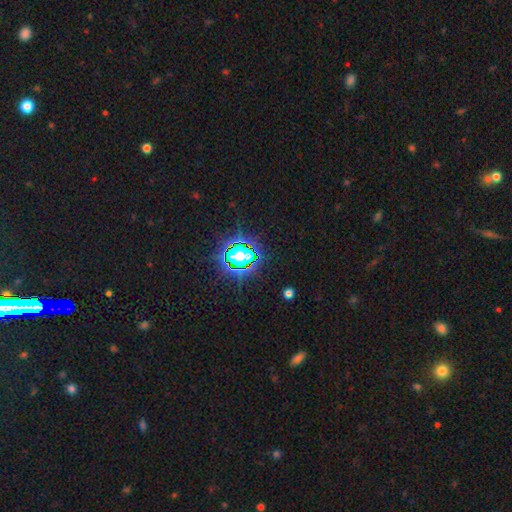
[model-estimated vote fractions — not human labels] smooth_or_featured: star or artifact (p=0.82) [alt: smooth p=0.11]